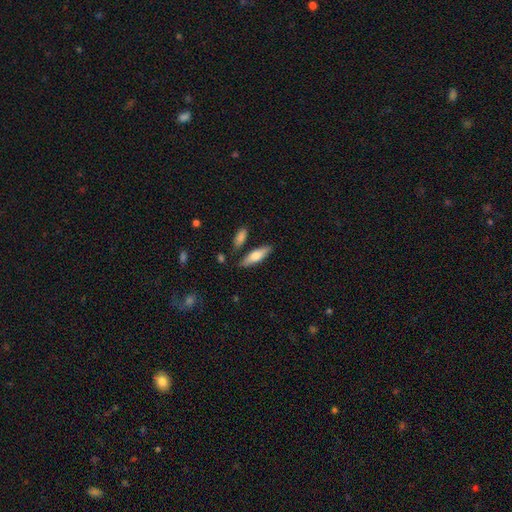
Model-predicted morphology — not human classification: This appears to be a smooth galaxy with no disk features (69%) that is cigar-shaped (55%). Merging: none (79%).